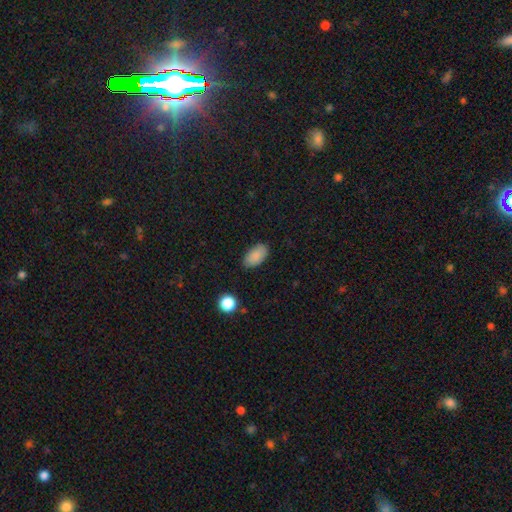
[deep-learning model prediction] Q: Smooth or featured?
A: smooth (88%); runner-up: star or artifact (8%)
Q: How rounded?
A: in between (94%); runner-up: round (4%)
Q: Merging?
A: none (85%); runner-up: minor disturbance (11%)